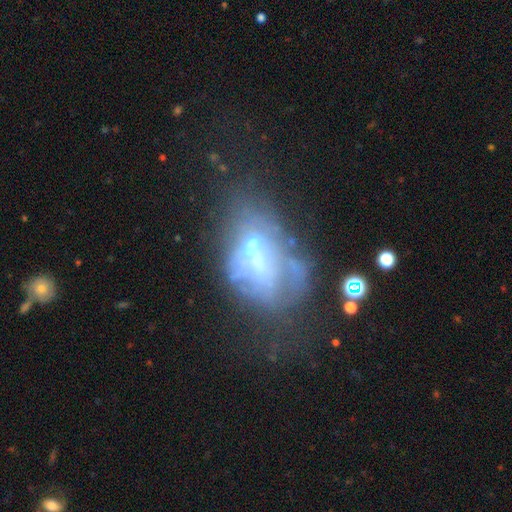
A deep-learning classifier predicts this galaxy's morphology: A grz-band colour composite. It shows a featured or disk galaxy (56%) with no bar (75%), no spiral arms (87%) and a moderate central bulge (33%). Merging: major disturbance (35%).